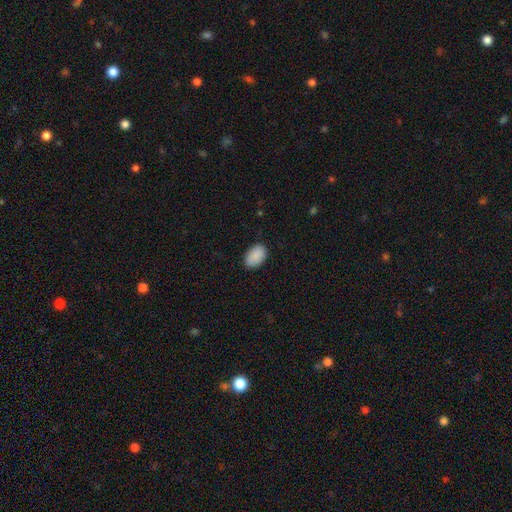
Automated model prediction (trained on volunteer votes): smooth 90%, star or artifact 7%, featured or disk 3%. Down the decision tree: how rounded — in between (89%); merging — none (86%).